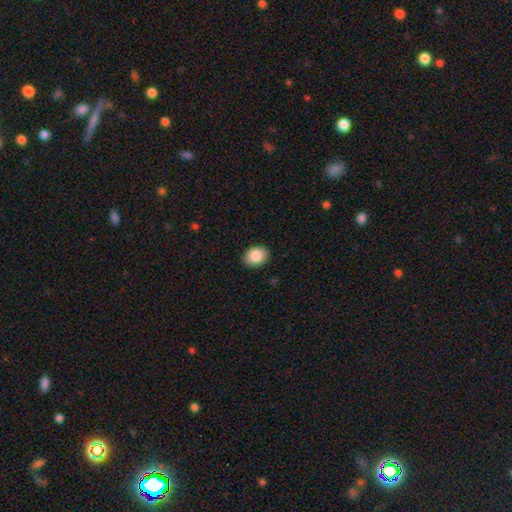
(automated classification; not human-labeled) smooth-or-featured: smooth: 88% | star or artifact: 8% | featured or disk: 5%
  how-rounded: in between: 56% | round: 43% | cigar-shaped: 1%
  merging: none: 89% | minor disturbance: 8% | major disturbance: 2% | merger: 1%